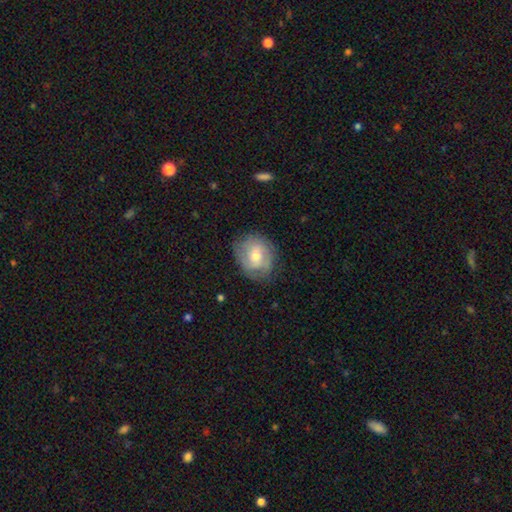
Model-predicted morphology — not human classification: The model was most divided on "smooth or featured": featured or disk: 50%, smooth: 43%, star or artifact: 7%. More confident: edge-on disk — no (96%); merging — none (71%).